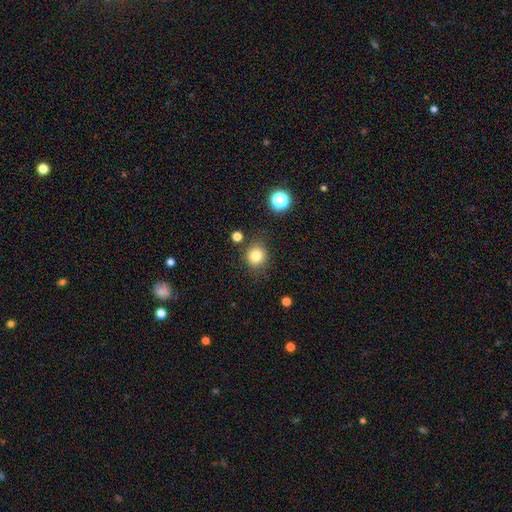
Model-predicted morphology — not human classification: Smooth or featured? smooth (81%)
How rounded? round (86%)
Merging? none (82%)